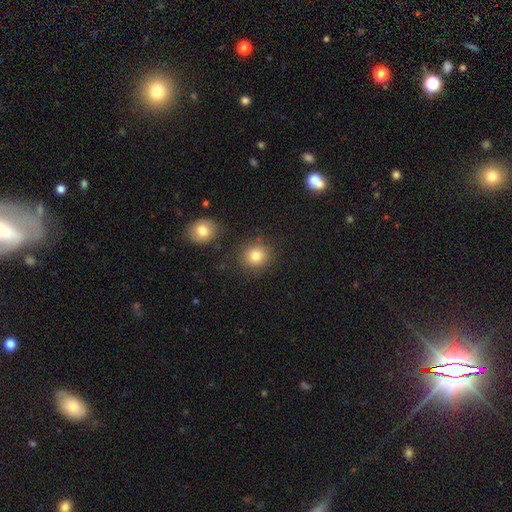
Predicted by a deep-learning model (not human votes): smooth_or_featured: smooth (p=0.82) [alt: star or artifact p=0.11]
how_rounded: round (p=0.85) [alt: in between p=0.14]
merging: none (p=0.83) [alt: minor disturbance p=0.09]